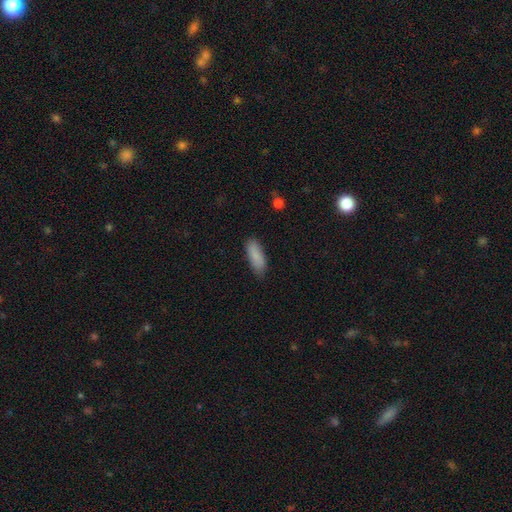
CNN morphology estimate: A smooth galaxy with no disk features (88%) that is in between round and cigar-shaped (68%).

Vote fractions:
- Smooth or featured? smooth: 88% / star or artifact: 7% / featured or disk: 6%
- How rounded? in between: 68% / cigar-shaped: 30% / round: 2%
- Merging? none: 81% / minor disturbance: 15% / major disturbance: 3% / merger: 1%